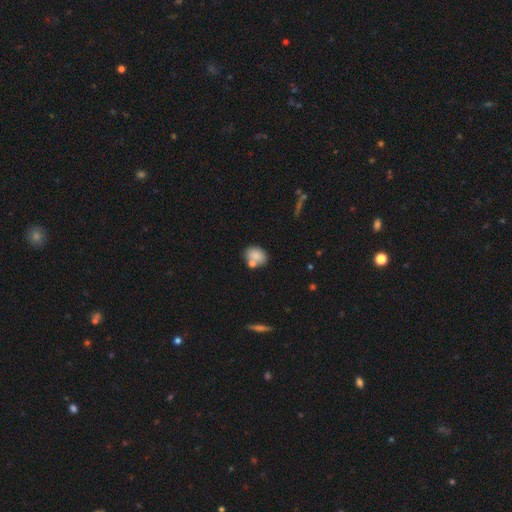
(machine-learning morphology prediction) This appears to be a smooth galaxy with no disk features (81%) that is in between round and cigar-shaped (69%). Merging: none (61%).